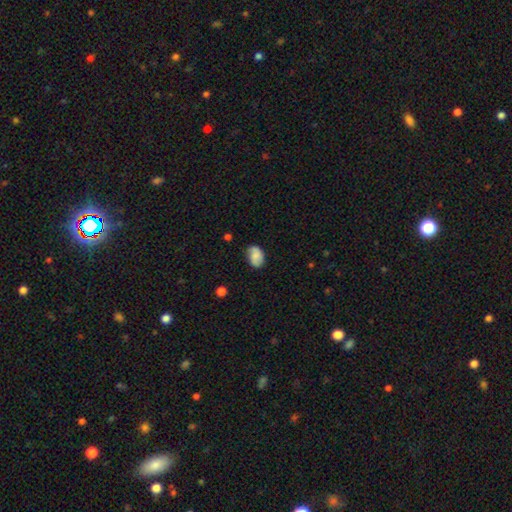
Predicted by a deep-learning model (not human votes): The model was most divided on "merging": none: 70%, minor disturbance: 23%, major disturbance: 5%, merger: 2%. More confident: how rounded — in between (84%); smooth or featured — smooth (71%).